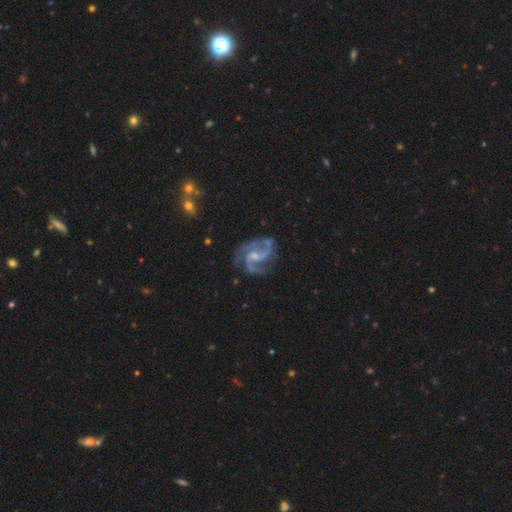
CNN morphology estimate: featured or disk 92%, star or artifact 4%, smooth 4%. Down the decision tree: edge-on disk — no (98%); bar — weak (48%); spiral arms — yes (98%); spiral arm count — 2 (54%); spiral winding — medium (61%); bulge size — small (55%); merging — none (64%).